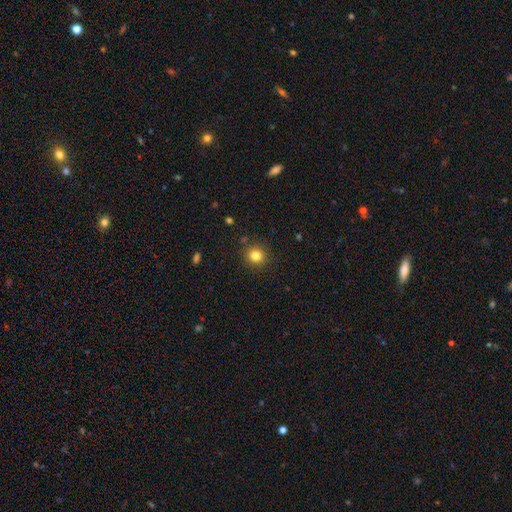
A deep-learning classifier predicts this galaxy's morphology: Smooth or featured: smooth — 82% (star or artifact — 13%)
How rounded: round — 92% (in between — 7%)
Merging: none — 89% (minor disturbance — 7%)